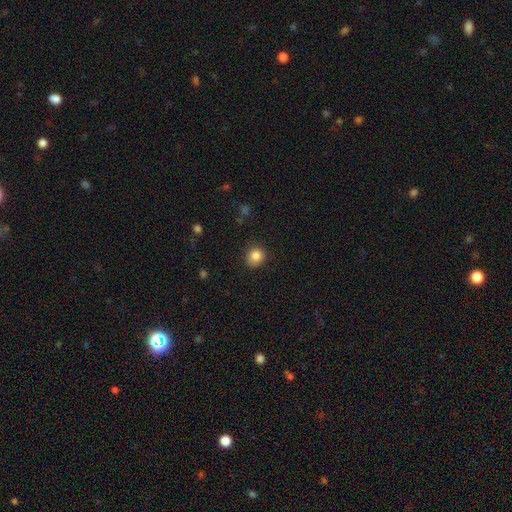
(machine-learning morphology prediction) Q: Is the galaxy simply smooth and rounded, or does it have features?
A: smooth — 84%.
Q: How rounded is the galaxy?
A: round — 83%.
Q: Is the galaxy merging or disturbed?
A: none — 83%.